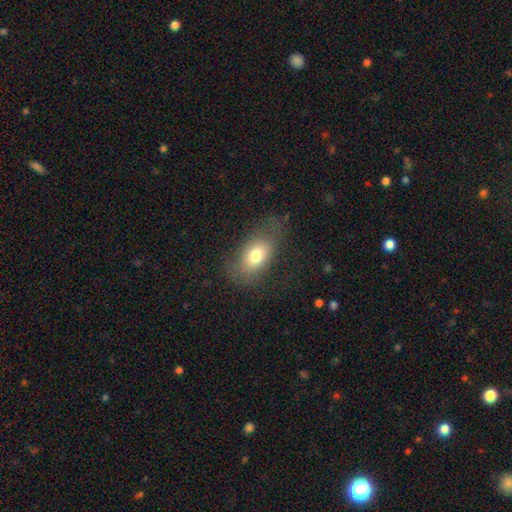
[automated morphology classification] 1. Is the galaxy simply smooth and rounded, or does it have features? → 73% smooth, 18% featured or disk, 10% star or artifact.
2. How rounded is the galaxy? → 85% in between, 12% round, 2% cigar-shaped.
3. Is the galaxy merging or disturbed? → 62% none, 22% minor disturbance, 15% major disturbance, 1% merger.